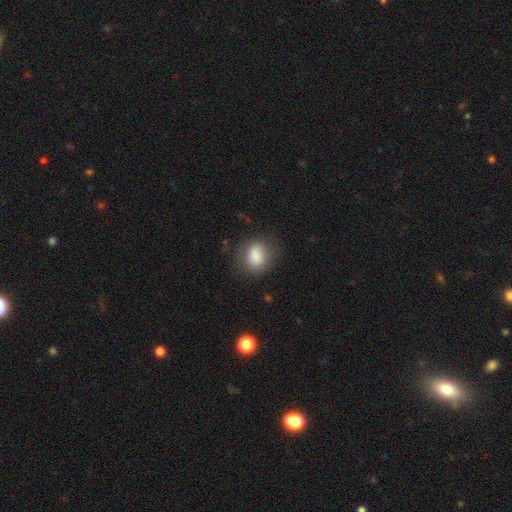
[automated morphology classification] This is clearly a smooth galaxy (83%). How rounded: possibly in between (51%). Merging: likely none (73%).